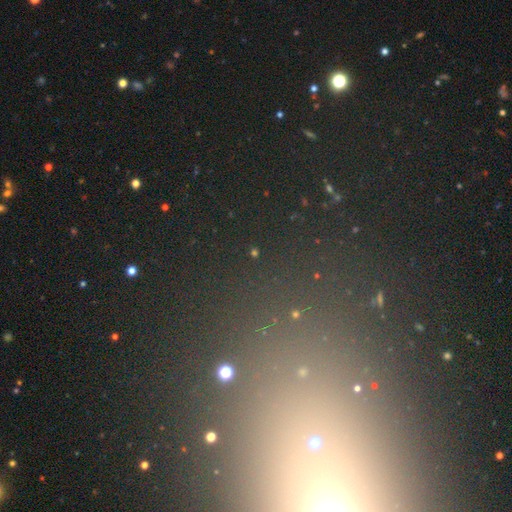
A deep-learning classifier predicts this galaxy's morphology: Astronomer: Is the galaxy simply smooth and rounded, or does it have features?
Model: star or artifact — 72%.